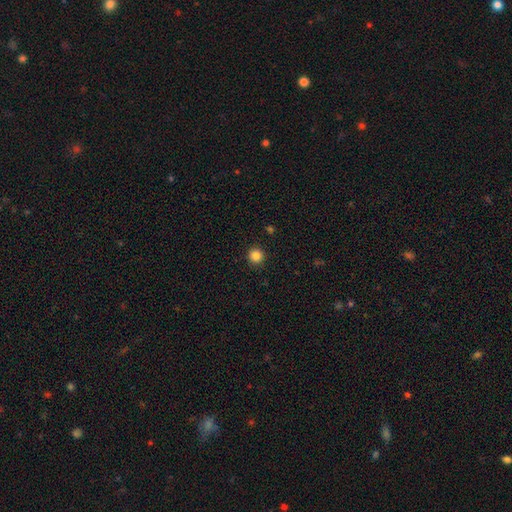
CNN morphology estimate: Smooth or featured?
  - smooth: 85% *
  - star or artifact: 11%
  - featured or disk: 3%
How rounded?
  - round: 96% *
  - in between: 3%
  - cigar-shaped: 1%
Merging?
  - none: 92% *
  - minor disturbance: 5%
  - major disturbance: 2%
  - merger: 1%